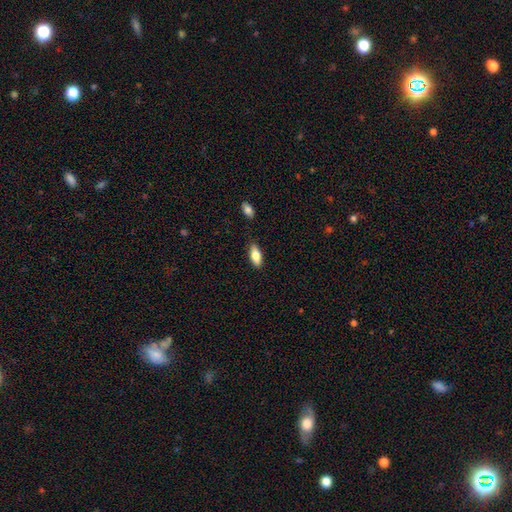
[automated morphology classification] A smooth galaxy with no disk features (74%) that is in between round and cigar-shaped (78%).

Vote fractions:
- Smooth or featured? smooth: 74% / featured or disk: 19% / star or artifact: 6%
- How rounded? in between: 78% / cigar-shaped: 20% / round: 2%
- Merging? none: 86% / minor disturbance: 10% / major disturbance: 2% / merger: 2%